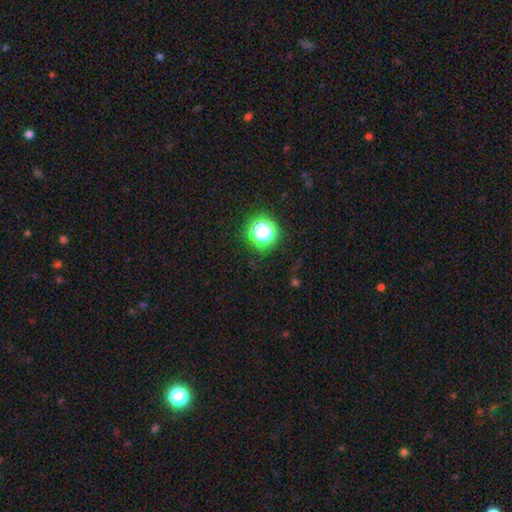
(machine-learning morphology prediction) Smooth or featured: star or artifact — 71% (smooth — 23%)